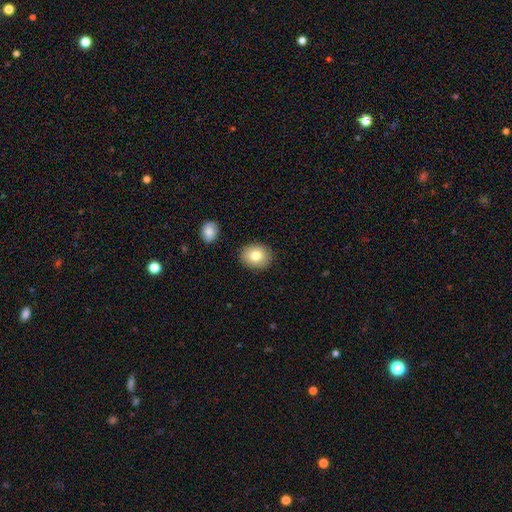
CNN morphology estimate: This appears to be a smooth galaxy with no disk features (80%) that is round (59%). Merging: none (87%).